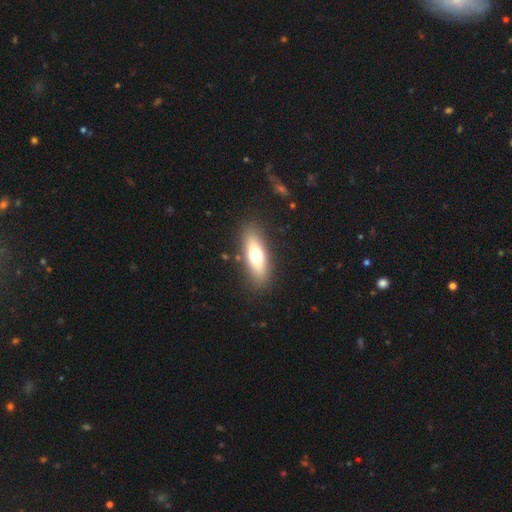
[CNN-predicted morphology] smooth 62%, featured or disk 31%, star or artifact 7%. Down the decision tree: how rounded — in between (55%); merging — none (86%).